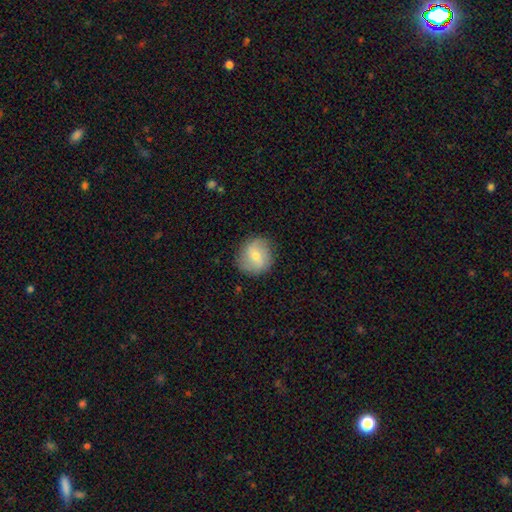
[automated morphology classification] A smooth galaxy with no disk features (57%) that is round (88%). Merging: none (83%).